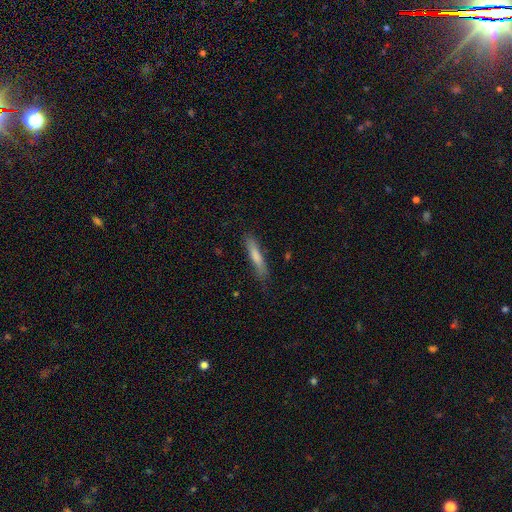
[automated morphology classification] Smooth or featured? Predicted: smooth (p=0.67). How rounded? Predicted: cigar-shaped (p=0.92). Merging? Predicted: none (p=0.80).